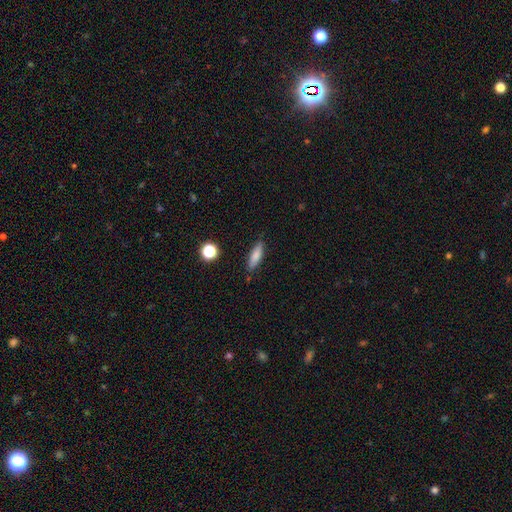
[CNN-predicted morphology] The model was most divided on "how rounded": cigar-shaped: 56%, in between: 41%, round: 3%. More confident: merging — none (84%); smooth or featured — smooth (76%).